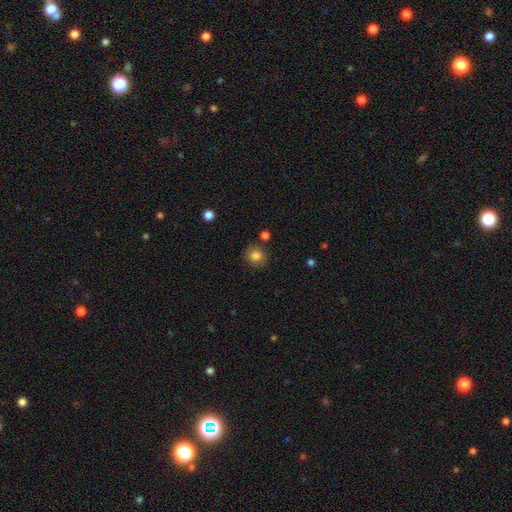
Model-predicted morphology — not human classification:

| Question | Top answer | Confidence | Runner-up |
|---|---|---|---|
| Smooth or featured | smooth | 84% | star or artifact (11%) |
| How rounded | round | 87% | in between (12%) |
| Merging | none | 84% | minor disturbance (9%) |